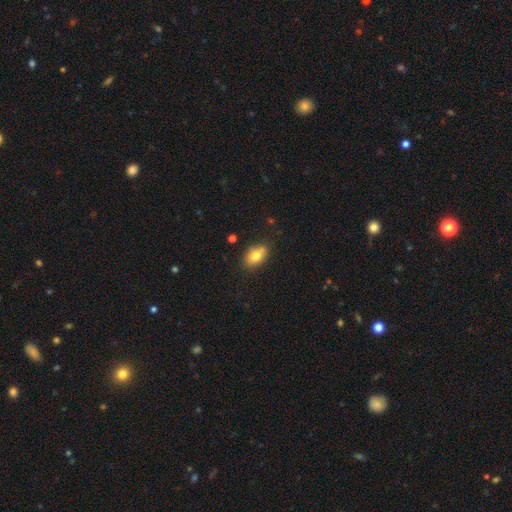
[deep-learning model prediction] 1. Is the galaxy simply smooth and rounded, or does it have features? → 77% smooth, 14% featured or disk, 9% star or artifact.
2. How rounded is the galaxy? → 85% in between, 12% round, 3% cigar-shaped.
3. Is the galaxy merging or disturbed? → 74% none, 18% minor disturbance, 5% merger, 3% major disturbance.